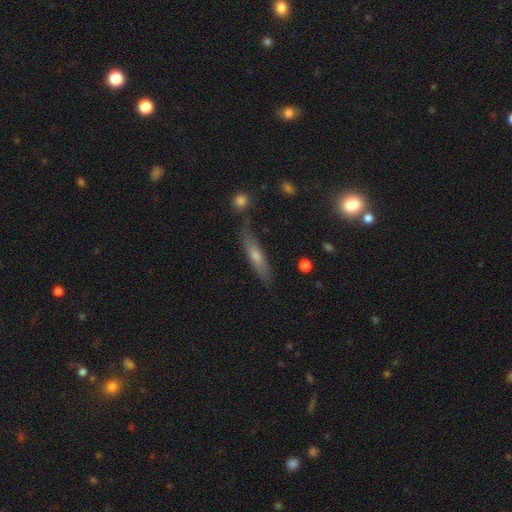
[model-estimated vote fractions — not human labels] Smooth or featured? smooth (46%, tied with featured or disk)
Merging? none (77%)